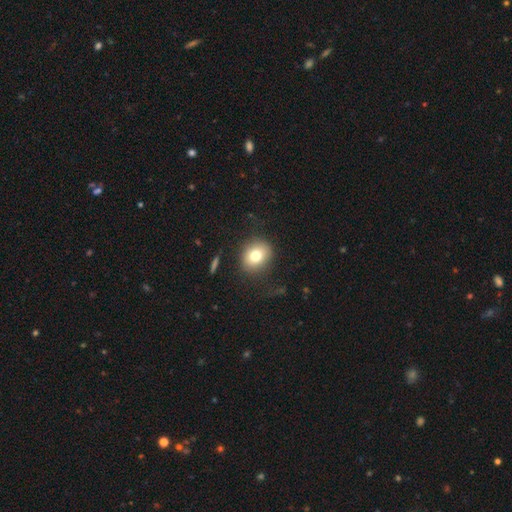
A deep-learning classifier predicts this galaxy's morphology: smooth-or-featured: smooth: 75% | featured or disk: 14% | star or artifact: 11%
  how-rounded: round: 66% | in between: 33% | cigar-shaped: 1%
  merging: none: 81% | minor disturbance: 12% | major disturbance: 6% | merger: 2%